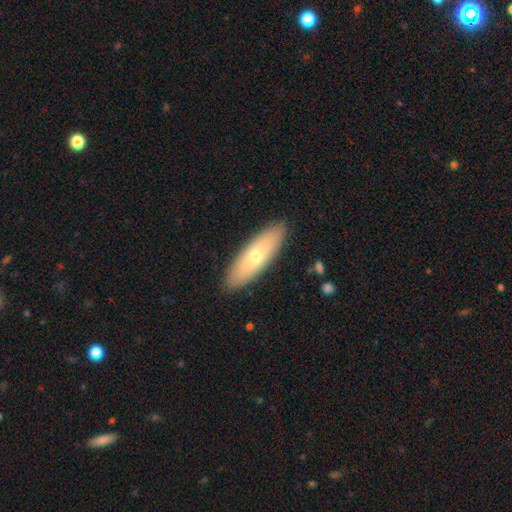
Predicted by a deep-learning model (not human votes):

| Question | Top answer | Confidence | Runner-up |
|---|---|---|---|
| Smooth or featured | smooth | 64% | featured or disk (30%) |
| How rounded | in between | 52% | cigar-shaped (45%) |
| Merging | none | 90% | minor disturbance (7%) |